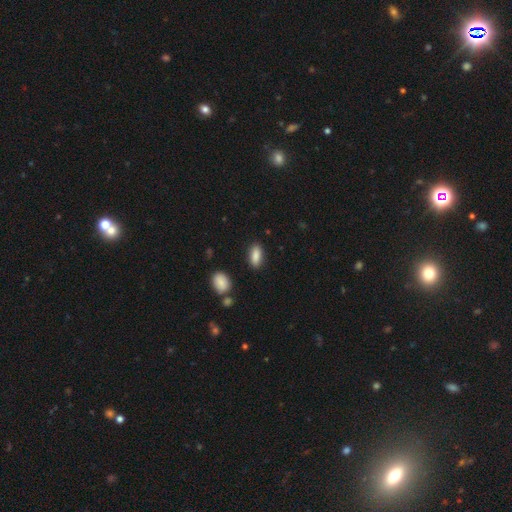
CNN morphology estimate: A smooth galaxy with no disk features (87%) that is in between round and cigar-shaped (84%). Merging: none (87%).